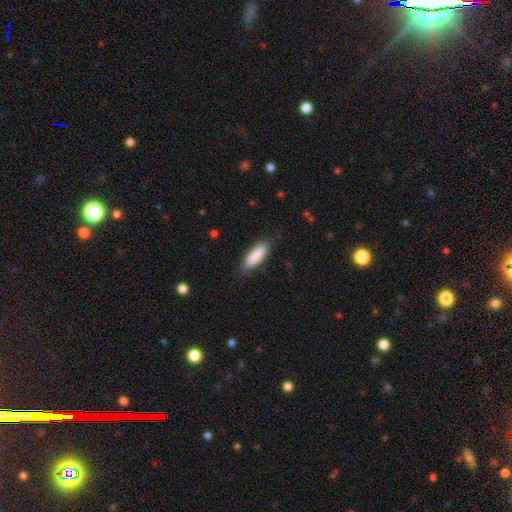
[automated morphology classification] type=smooth (88%); roundness=in between (61%); merging=none (82%).